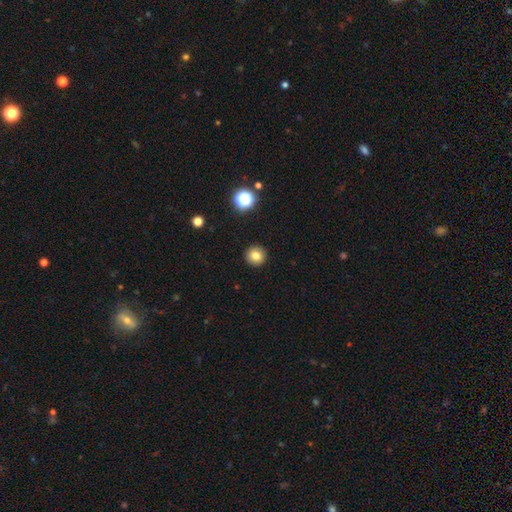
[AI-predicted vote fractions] Overall: smooth (81%). How rounded: round (94%). Merging: none (93%).